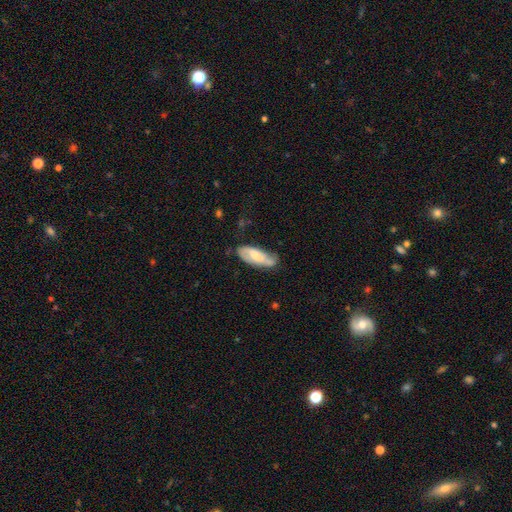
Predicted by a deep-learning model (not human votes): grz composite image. It shows a featured or disk galaxy (50%). Merging: none (54%).